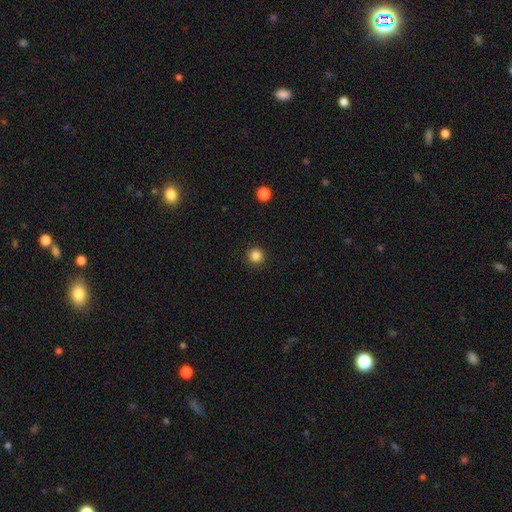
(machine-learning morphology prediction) This is clearly a smooth galaxy (85%). How rounded: clearly round (95%). Merging: clearly none (92%).